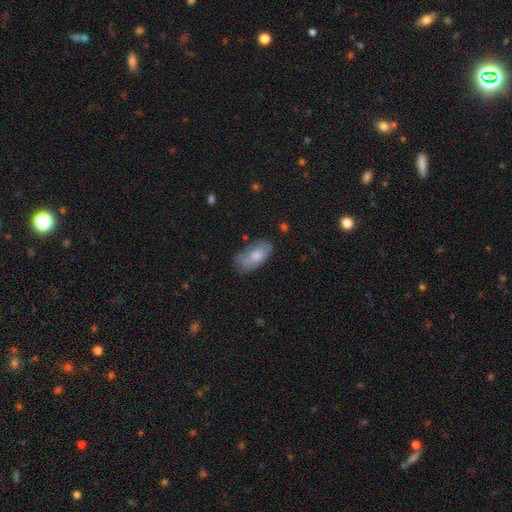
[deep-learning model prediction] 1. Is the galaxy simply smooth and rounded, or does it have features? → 63% smooth, 31% featured or disk, 7% star or artifact.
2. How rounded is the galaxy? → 92% in between, 4% round, 4% cigar-shaped.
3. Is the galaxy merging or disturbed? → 56% none, 30% minor disturbance, 12% major disturbance, 3% merger.